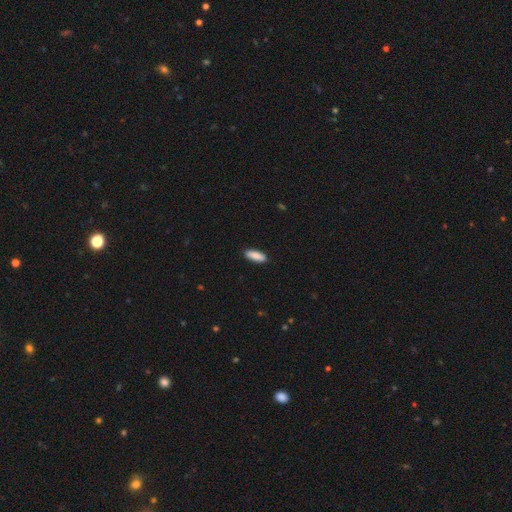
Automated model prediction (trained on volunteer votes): Smooth or featured?
  - smooth: 89% *
  - star or artifact: 6%
  - featured or disk: 5%
How rounded?
  - in between: 67% *
  - cigar-shaped: 31%
  - round: 2%
Merging?
  - none: 89% *
  - minor disturbance: 8%
  - major disturbance: 2%
  - merger: 1%